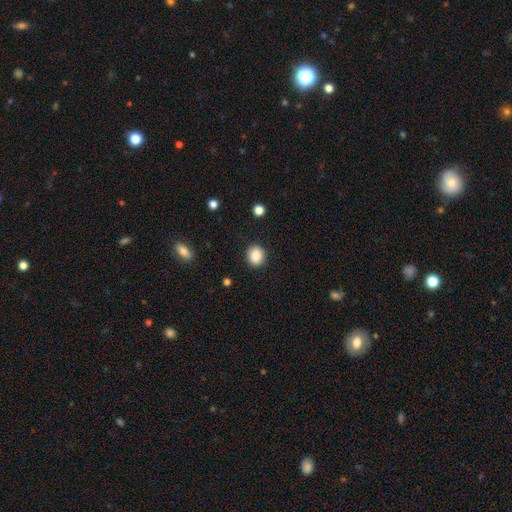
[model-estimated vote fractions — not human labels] Overall: smooth (87%). How rounded: round (77%). Merging: none (90%).